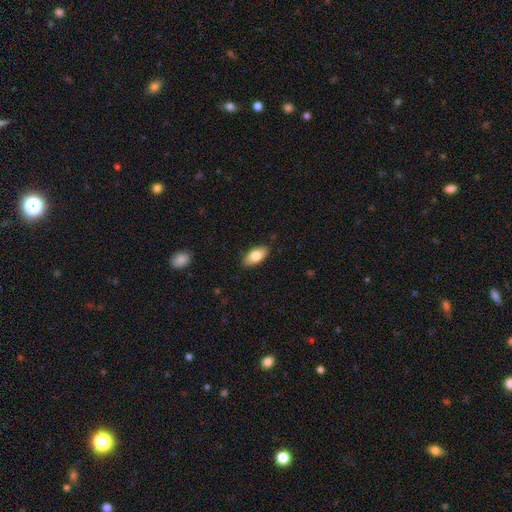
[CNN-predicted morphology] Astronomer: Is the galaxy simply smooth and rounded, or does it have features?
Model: smooth — 78%.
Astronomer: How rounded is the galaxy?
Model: in between — 89%.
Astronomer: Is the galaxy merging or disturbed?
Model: none — 87%.